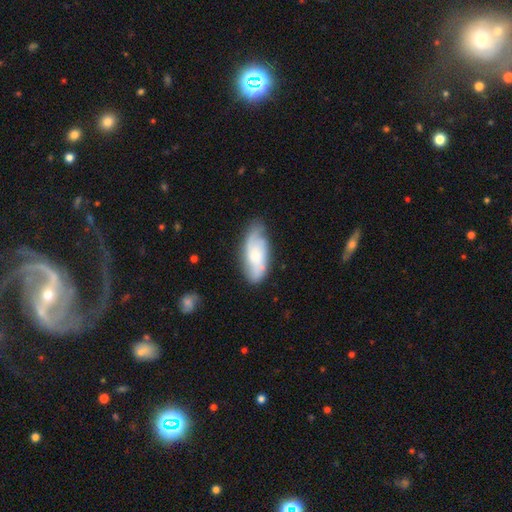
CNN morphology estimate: Smooth or featured?
  - featured or disk: 51% *
  - smooth: 43%
  - star or artifact: 6%
Edge-on disk?
  - no: 89% *
  - yes: 11%
Merging?
  - none: 65% *
  - minor disturbance: 26%
  - major disturbance: 7%
  - merger: 2%